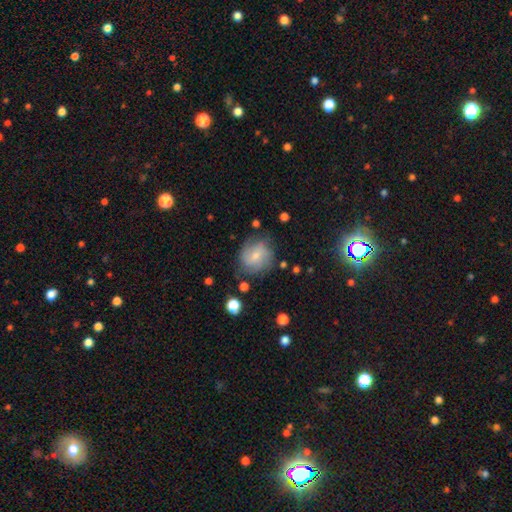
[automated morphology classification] Smooth or featured?
  - smooth: 47% *
  - featured or disk: 44%
  - star or artifact: 8%
Merging?
  - none: 67% *
  - minor disturbance: 21%
  - major disturbance: 9%
  - merger: 3%